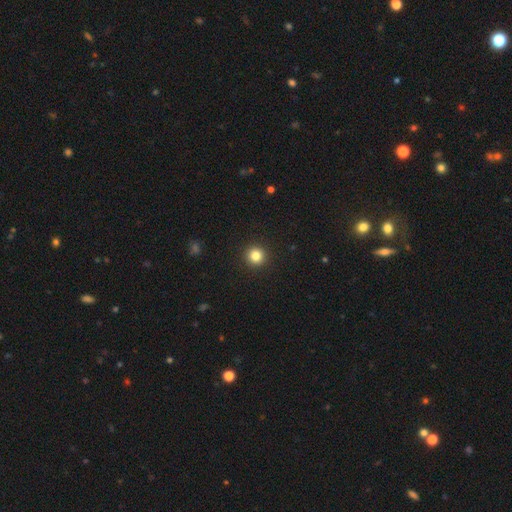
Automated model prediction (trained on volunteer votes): Morphology: type=smooth (83%); roundness=round (95%); merging=none (93%).